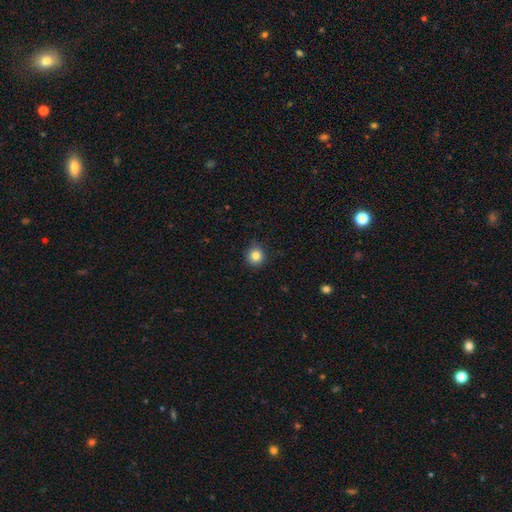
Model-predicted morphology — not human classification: smooth-or-featured: smooth: 83% | star or artifact: 11% | featured or disk: 6%
  how-rounded: round: 92% | in between: 7% | cigar-shaped: 1%
  merging: none: 86% | minor disturbance: 11% | major disturbance: 2% | merger: 1%